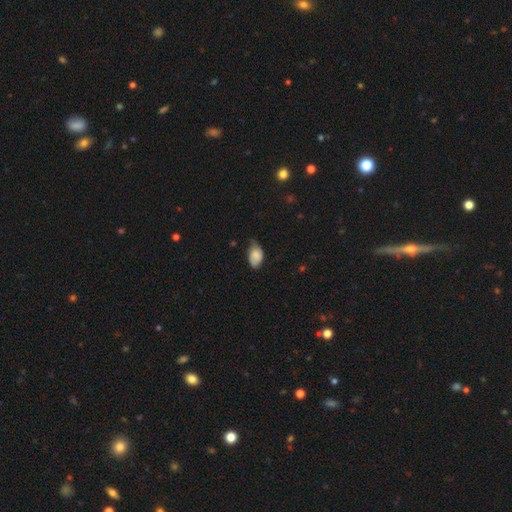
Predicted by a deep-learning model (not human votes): Smooth or featured? smooth (79%)
How rounded? in between (90%)
Merging? minor disturbance (45%)